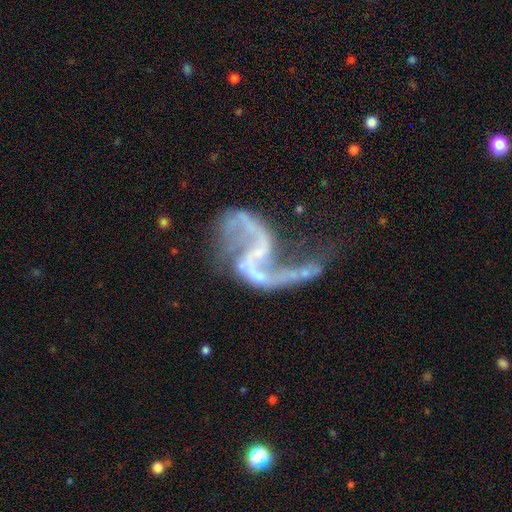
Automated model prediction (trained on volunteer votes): Smooth or featured? featured or disk (90%)
Edge-on disk? no (98%)
Bar? no (41%, tied with weak)
Spiral arms? yes (93%)
Spiral winding? loose (82%)
Spiral arm count? 2 (88%)
Bulge size? small (49%)
Merging? none (33%, tied with major disturbance)